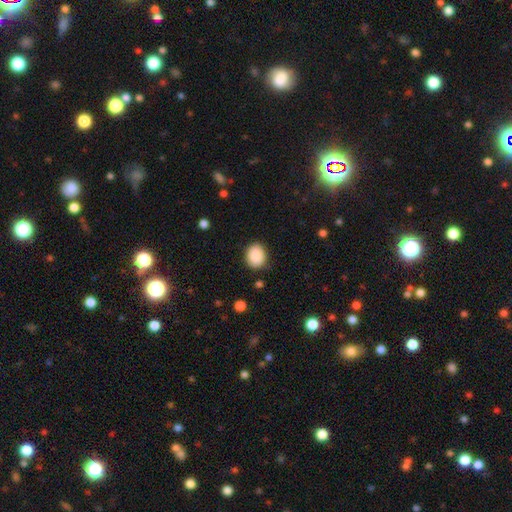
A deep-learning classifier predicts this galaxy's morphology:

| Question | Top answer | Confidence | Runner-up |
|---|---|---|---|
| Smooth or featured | smooth | 88% | star or artifact (7%) |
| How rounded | in between | 50% | round (49%) |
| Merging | none | 86% | minor disturbance (10%) |